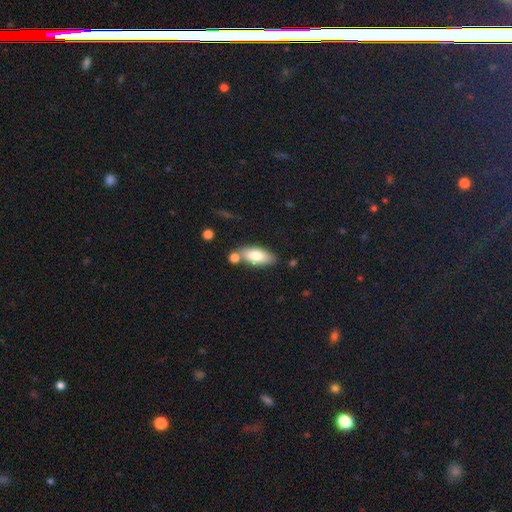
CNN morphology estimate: Smooth or featured? smooth (76%)
How rounded? in between (83%)
Merging? none (68%)